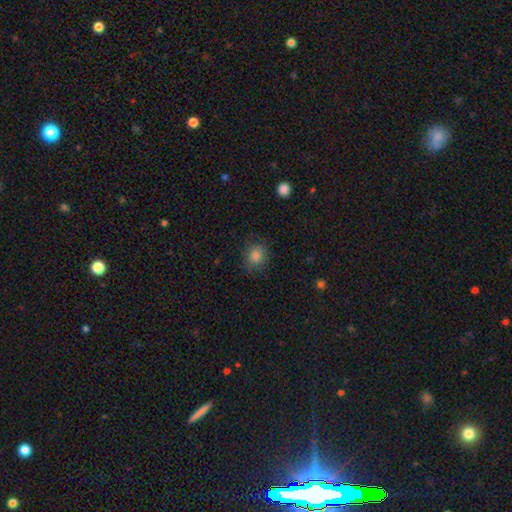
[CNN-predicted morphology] type=smooth (80%); roundness=round (72%); merging=none (81%).